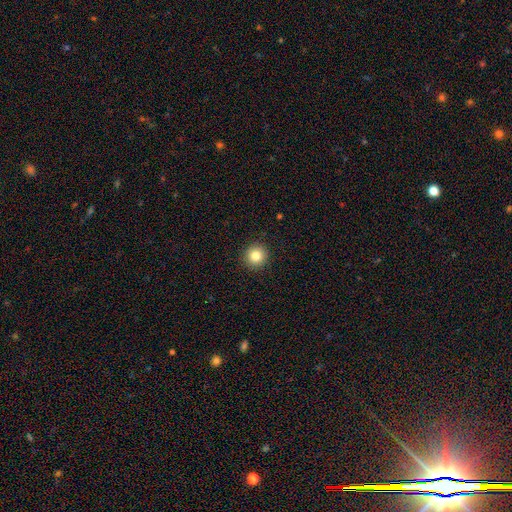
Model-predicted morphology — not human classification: smooth 83%, star or artifact 11%, featured or disk 6%. Down the decision tree: how rounded — round (93%); merging — none (92%).